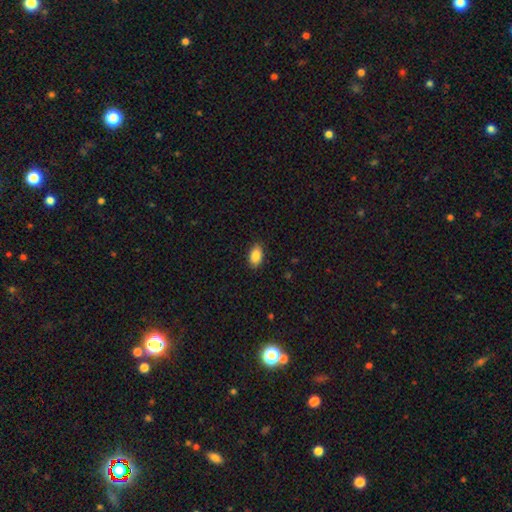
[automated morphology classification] type=smooth (88%); roundness=in between (92%); merging=none (87%).